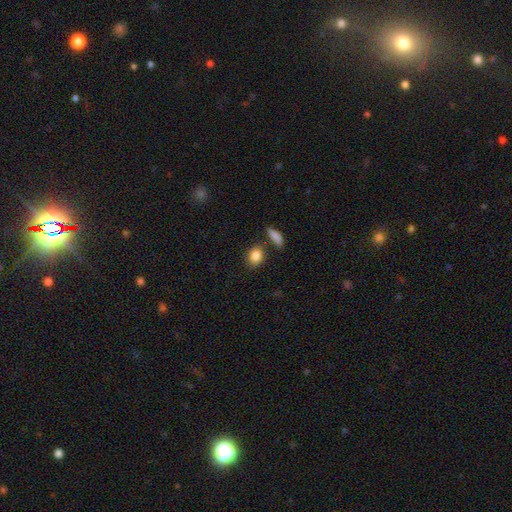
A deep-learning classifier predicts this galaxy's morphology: Smooth or featured? Predicted: smooth (p=0.86). How rounded? Predicted: in between (p=0.56). Merging? Predicted: none (p=0.75).